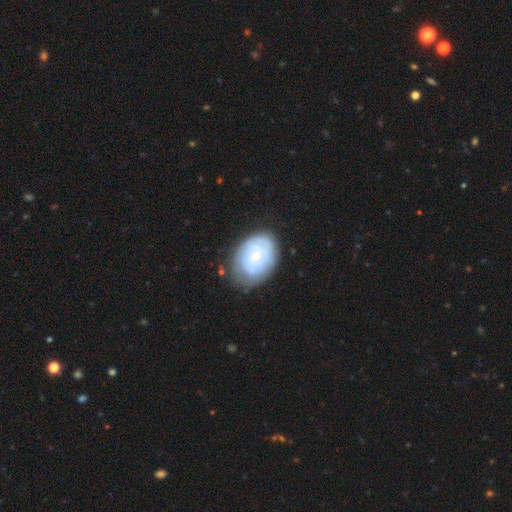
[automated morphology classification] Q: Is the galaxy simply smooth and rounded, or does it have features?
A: featured or disk — 62%.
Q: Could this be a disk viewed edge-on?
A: no — 96%.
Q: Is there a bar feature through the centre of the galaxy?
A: no — 80%.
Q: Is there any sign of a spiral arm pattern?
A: yes — 73%.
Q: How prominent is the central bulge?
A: small — 73%.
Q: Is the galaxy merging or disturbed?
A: none — 72%.